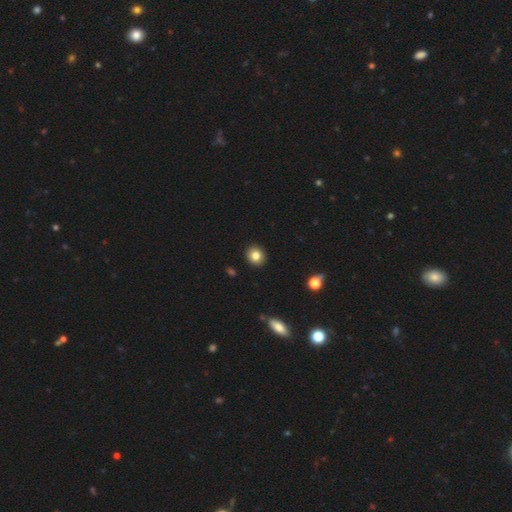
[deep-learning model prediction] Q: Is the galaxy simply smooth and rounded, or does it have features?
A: smooth — 84%.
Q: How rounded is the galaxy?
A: round — 82%.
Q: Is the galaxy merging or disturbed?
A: none — 92%.